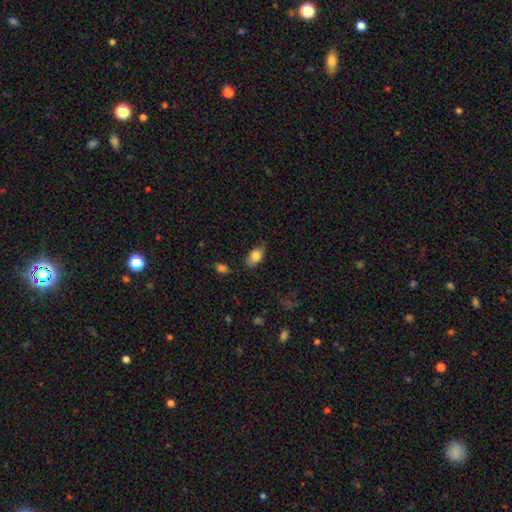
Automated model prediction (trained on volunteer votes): A smooth galaxy with no disk features (80%) that is in between round and cigar-shaped (90%).

Vote fractions:
- Smooth or featured? smooth: 80% / featured or disk: 12% / star or artifact: 7%
- How rounded? in between: 90% / round: 8% / cigar-shaped: 3%
- Merging? none: 74% / minor disturbance: 21% / major disturbance: 4% / merger: 2%